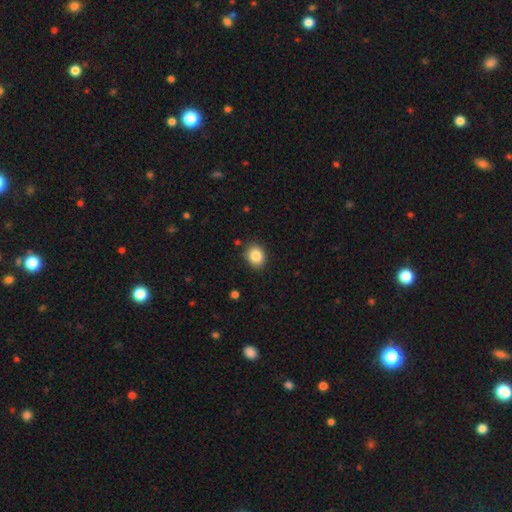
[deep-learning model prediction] This appears to be a smooth galaxy with no disk features (85%) that is round (55%). Merging: none (88%).